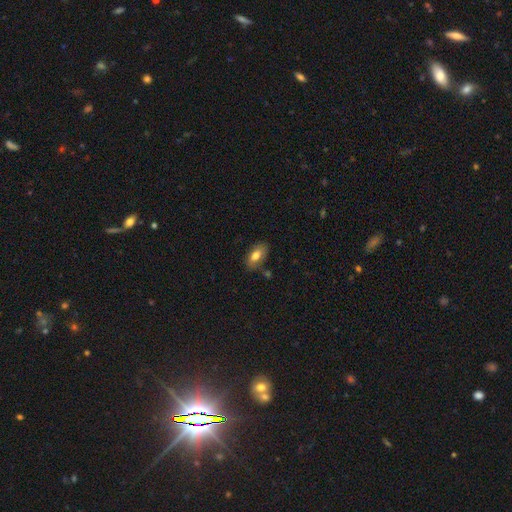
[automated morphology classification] Smooth or featured? Predicted: smooth (p=0.76). How rounded? Predicted: in between (p=0.91). Merging? Predicted: none (p=0.73).